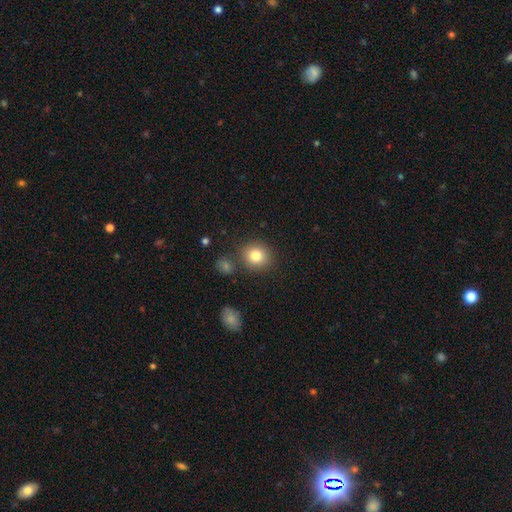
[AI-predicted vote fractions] Smooth or featured?
  - smooth: 82% *
  - star or artifact: 10%
  - featured or disk: 8%
How rounded?
  - round: 85% *
  - in between: 14%
  - cigar-shaped: 1%
Merging?
  - none: 83% *
  - minor disturbance: 8%
  - merger: 6%
  - major disturbance: 3%